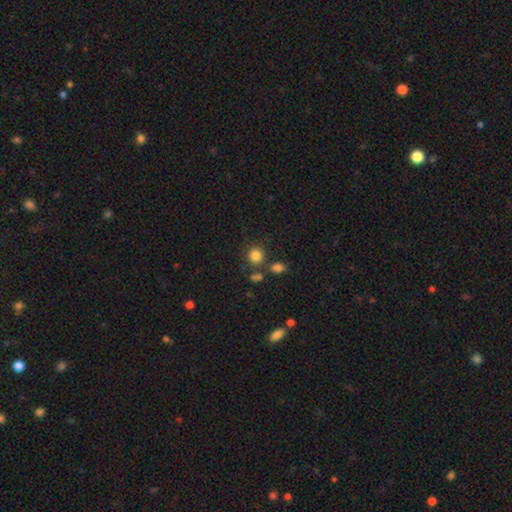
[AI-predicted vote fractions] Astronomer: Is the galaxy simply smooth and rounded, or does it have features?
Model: smooth — 82%.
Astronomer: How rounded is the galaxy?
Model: round — 85%.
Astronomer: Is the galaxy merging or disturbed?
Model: none — 72%.